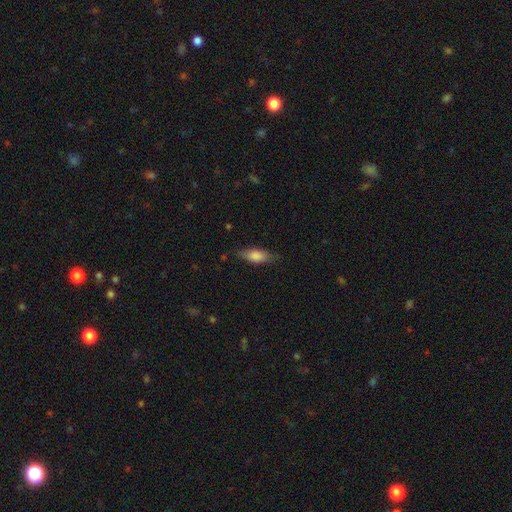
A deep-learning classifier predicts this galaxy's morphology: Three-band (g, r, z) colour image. It shows a smooth galaxy with no disk features (77%) that is in between round and cigar-shaped (72%). Merging: none (76%).